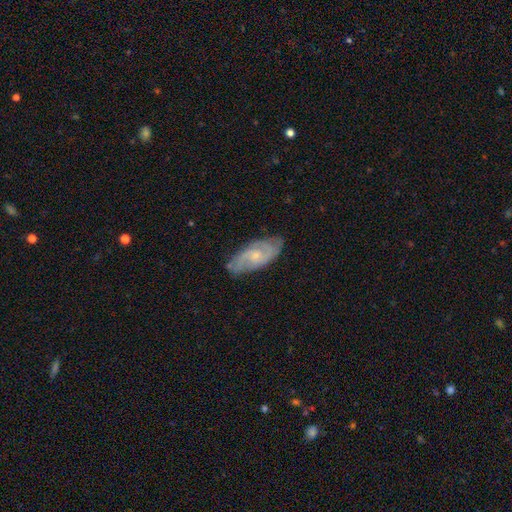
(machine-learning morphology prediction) Smooth or featured?
  - featured or disk: 75% *
  - smooth: 19%
  - star or artifact: 6%
Edge-on disk?
  - no: 93% *
  - yes: 7%
Bar?
  - no: 64% *
  - weak: 31%
  - strong: 5%
Spiral arms?
  - yes: 93% *
  - no: 7%
Spiral winding?
  - medium: 45% *
  - tight: 39%
  - loose: 17%
Spiral arm count?
  - 2: 59% *
  - can't tell: 21%
  - 3: 11%
  - 4: 4%
  - 1: 3%
  - more than 4: 3%
Bulge size?
  - small: 68% *
  - moderate: 27%
  - none: 3%
  - large: 1%
  - dominant: 1%
Merging?
  - none: 76% *
  - minor disturbance: 19%
  - major disturbance: 4%
  - merger: 1%